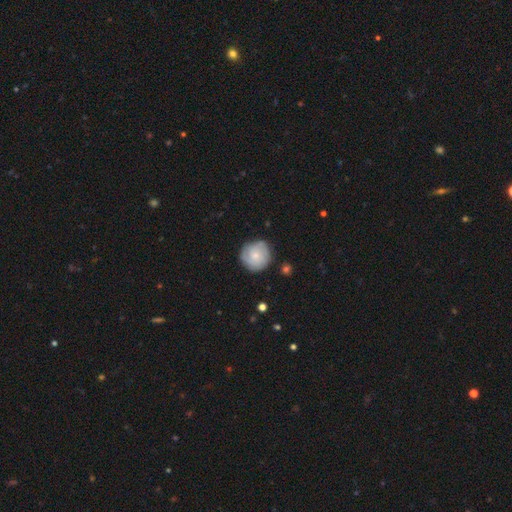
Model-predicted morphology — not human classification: Q: Smooth or featured?
A: smooth (53%); runner-up: featured or disk (40%)
Q: How rounded?
A: round (92%); runner-up: in between (7%)
Q: Merging?
A: none (76%); runner-up: minor disturbance (18%)